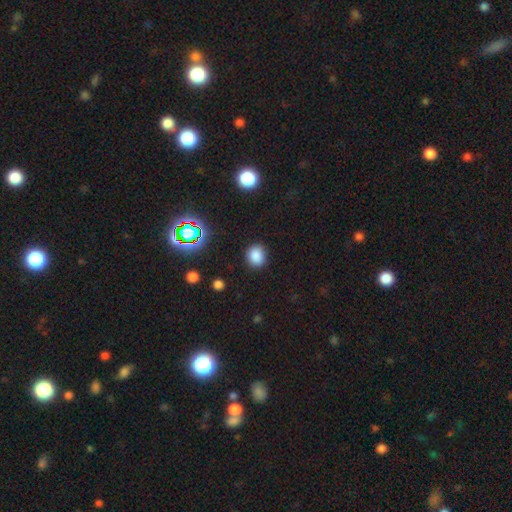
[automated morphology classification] smooth-or-featured: smooth: 82% | star or artifact: 14% | featured or disk: 4%
  how-rounded: round: 73% | in between: 26% | cigar-shaped: 1%
  merging: none: 87% | minor disturbance: 9% | major disturbance: 3% | merger: 1%